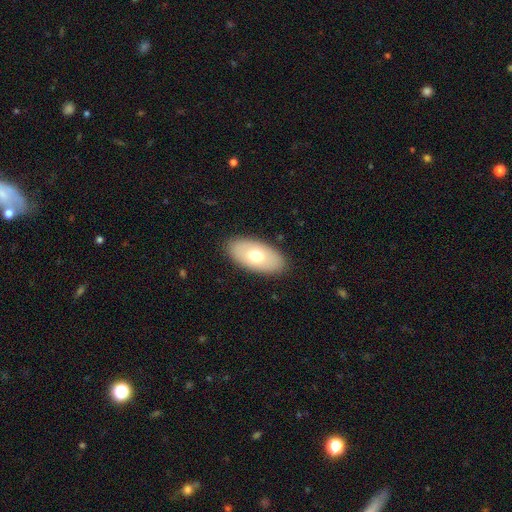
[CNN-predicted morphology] smooth 67%, featured or disk 27%, star or artifact 6%. Down the decision tree: how rounded — in between (94%); merging — none (87%).